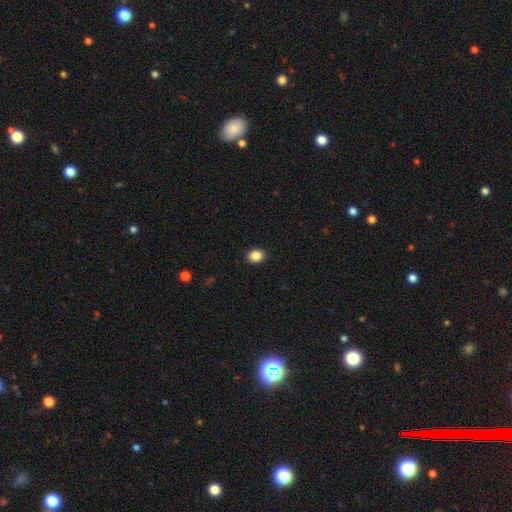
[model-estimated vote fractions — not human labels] Morphology: type=smooth (87%); roundness=round (56%); merging=none (91%).